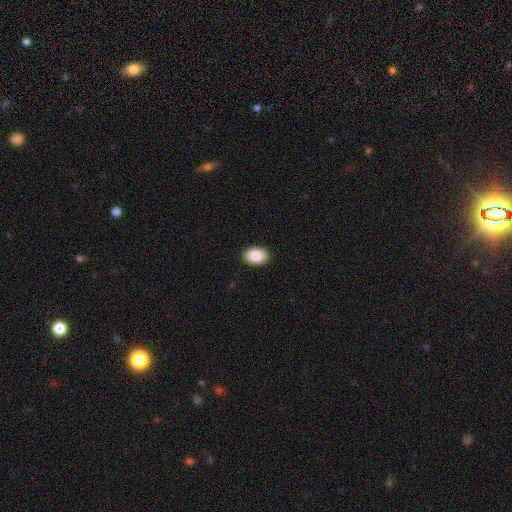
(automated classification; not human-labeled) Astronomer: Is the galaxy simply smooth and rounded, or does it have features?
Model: smooth — 86%.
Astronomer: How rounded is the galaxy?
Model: in between — 85%.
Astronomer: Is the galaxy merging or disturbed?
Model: none — 91%.